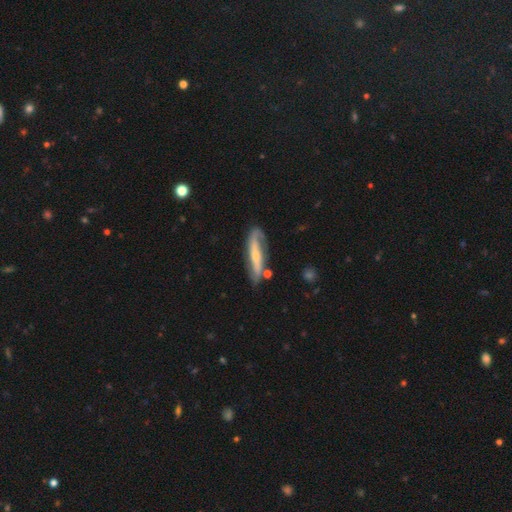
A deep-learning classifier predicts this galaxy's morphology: featured or disk 69%, smooth 26%, star or artifact 5%. Down the decision tree: edge-on disk — no (59%); merging — none (68%).